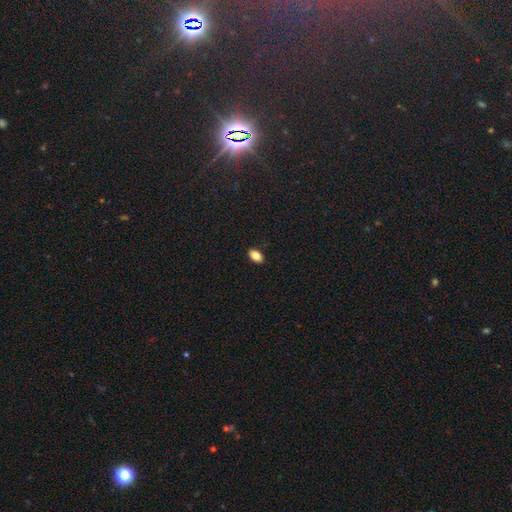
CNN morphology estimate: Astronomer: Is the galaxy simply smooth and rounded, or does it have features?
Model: smooth — 83%.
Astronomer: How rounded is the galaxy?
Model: in between — 90%.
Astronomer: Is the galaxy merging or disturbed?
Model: none — 89%.